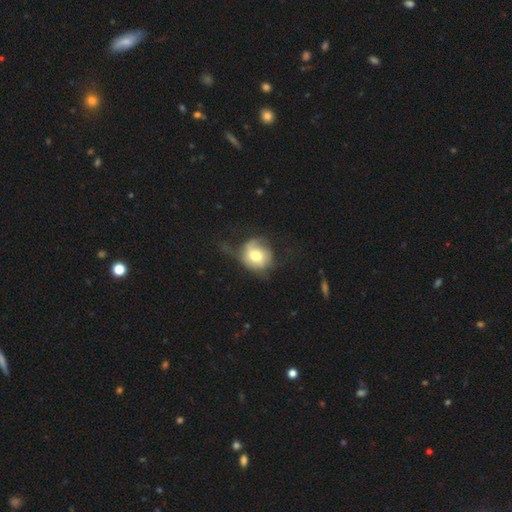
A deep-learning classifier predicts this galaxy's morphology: The model was most divided on "merging": none: 38%, minor disturbance: 30%, major disturbance: 30%, merger: 2%. More confident: how rounded — round (76%); smooth or featured — smooth (58%).